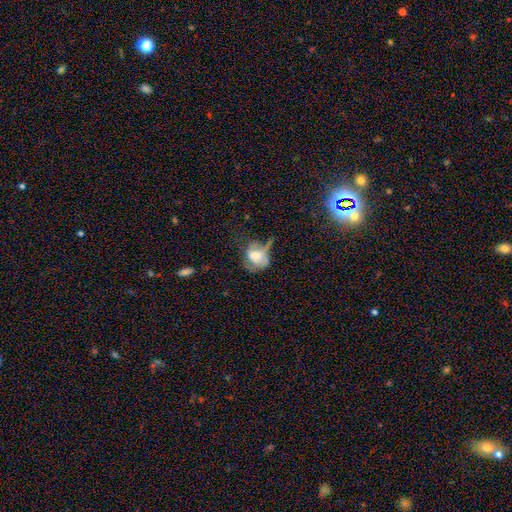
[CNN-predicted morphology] smooth-or-featured: smooth: 56% | featured or disk: 35% | star or artifact: 9%
  how-rounded: round: 53% | in between: 46% | cigar-shaped: 1%
  merging: major disturbance: 37% | none: 27% | minor disturbance: 27% | merger: 9%